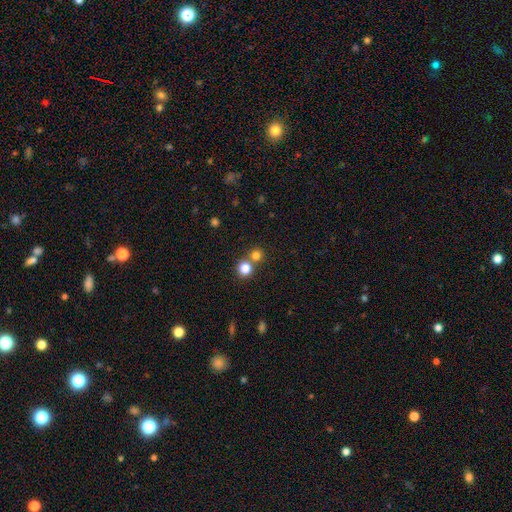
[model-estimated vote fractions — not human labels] A smooth galaxy with no disk features (78%) that is round (92%). Merging: none (63%).